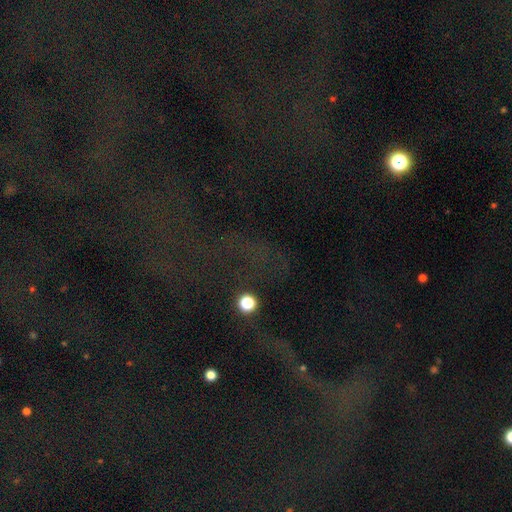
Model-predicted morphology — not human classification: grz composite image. It shows a star or artifact, not a galaxy (72%).